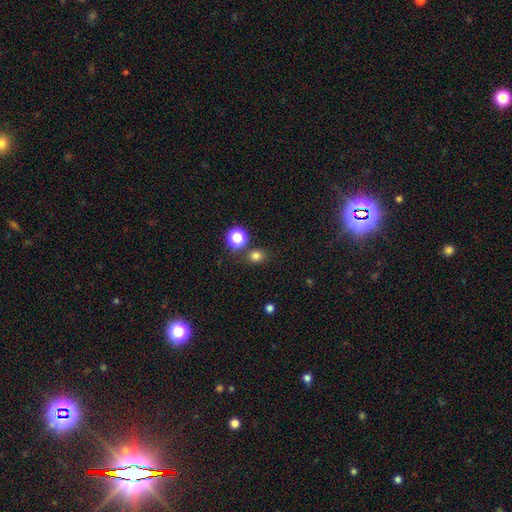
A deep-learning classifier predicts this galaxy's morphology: type=smooth (77%); roundness=round (70%); merging=none (79%).